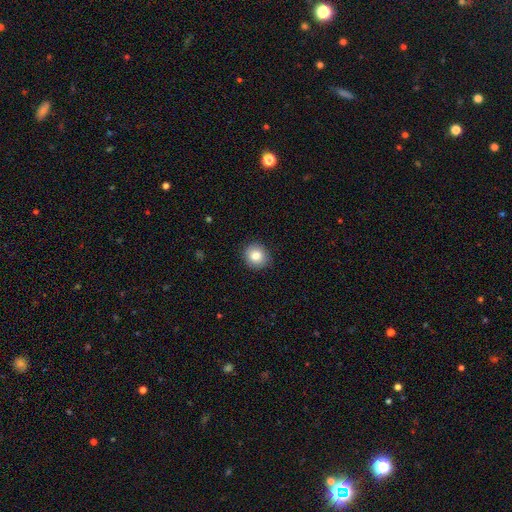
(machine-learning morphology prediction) smooth-or-featured: smooth: 82% | star or artifact: 9% | featured or disk: 9%
  how-rounded: round: 85% | in between: 14% | cigar-shaped: 1%
  merging: none: 87% | minor disturbance: 10% | major disturbance: 2% | merger: 1%